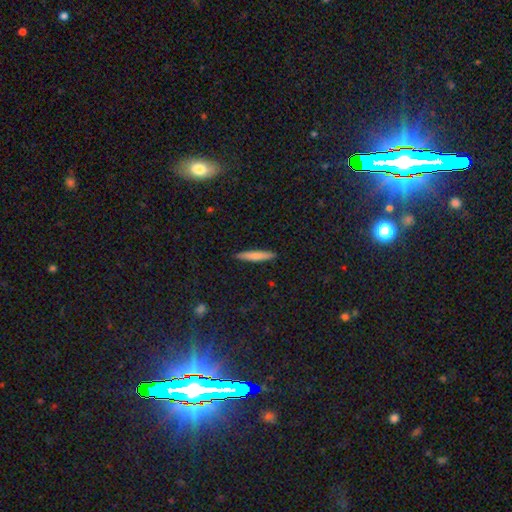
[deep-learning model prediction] Q: Smooth or featured?
A: smooth (76%); runner-up: featured or disk (18%)
Q: How rounded?
A: cigar-shaped (92%); runner-up: in between (7%)
Q: Merging?
A: none (91%); runner-up: minor disturbance (7%)